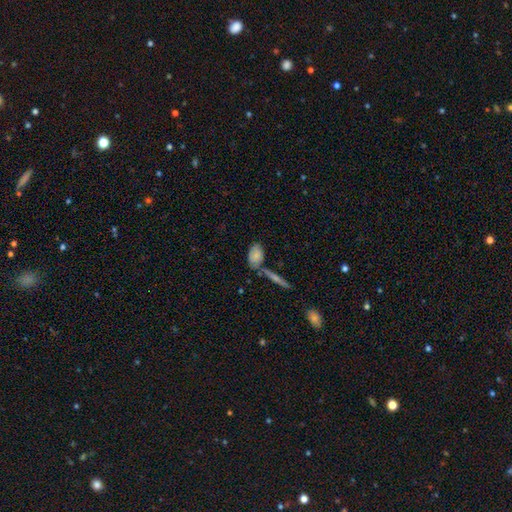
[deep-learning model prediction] Morphology: type=smooth (73%); roundness=in between (86%); merging=none (58%).